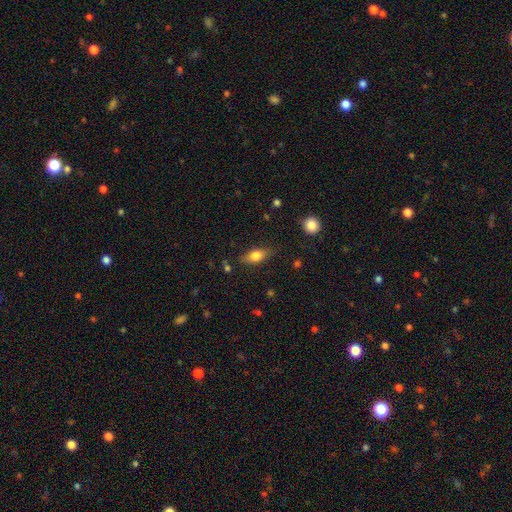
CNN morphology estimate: smooth-or-featured: smooth: 73% | featured or disk: 20% | star or artifact: 8%
  how-rounded: in between: 80% | cigar-shaped: 13% | round: 7%
  merging: none: 79% | minor disturbance: 15% | major disturbance: 4% | merger: 2%